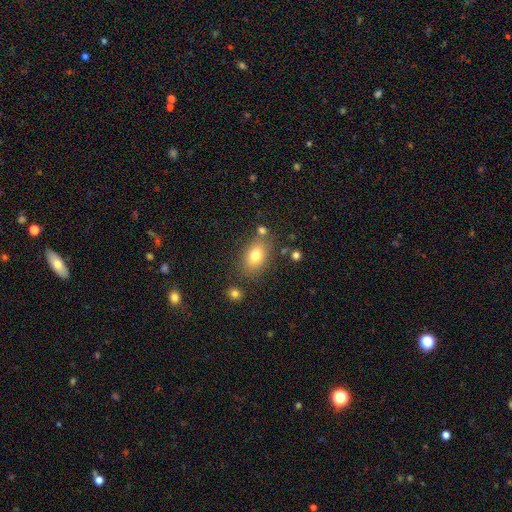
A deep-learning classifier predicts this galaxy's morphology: Smooth or featured: smooth — 77% (featured or disk — 12%)
How rounded: in between — 78% (round — 20%)
Merging: none — 74% (minor disturbance — 14%)